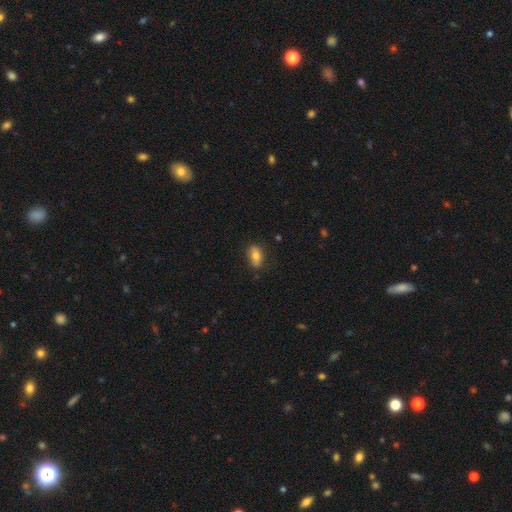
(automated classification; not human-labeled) Overall: smooth (74%). How rounded: in between (84%). Merging: none (78%).